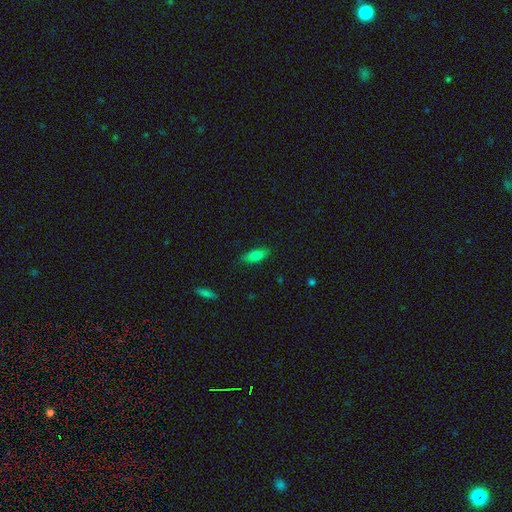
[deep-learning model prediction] Smooth or featured? smooth (82%)
How rounded? in between (79%)
Merging? none (81%)